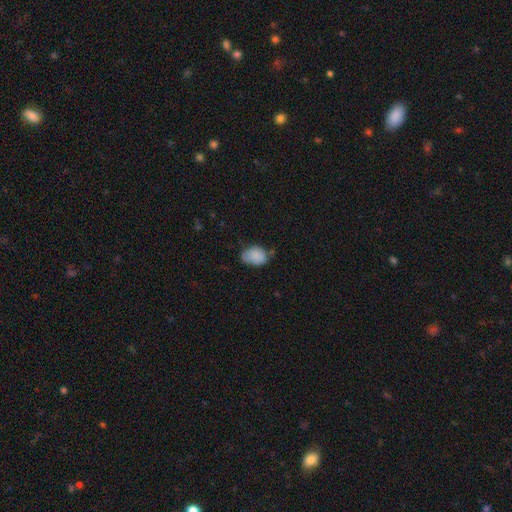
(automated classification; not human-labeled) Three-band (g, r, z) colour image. It shows a smooth galaxy with no disk features (82%) that is in between round and cigar-shaped (79%). Merging: none (48%).